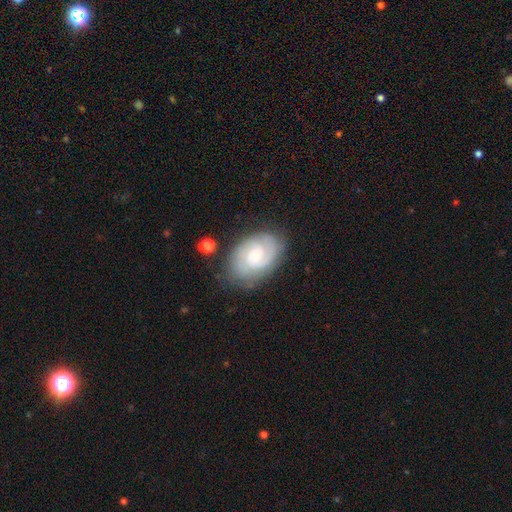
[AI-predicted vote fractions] Smooth or featured?
  - featured or disk: 78% *
  - smooth: 16%
  - star or artifact: 6%
Edge-on disk?
  - no: 97% *
  - yes: 3%
Bar?
  - no: 57% *
  - weak: 38%
  - strong: 5%
Spiral arms?
  - yes: 95% *
  - no: 5%
Spiral winding?
  - tight: 58% *
  - medium: 34%
  - loose: 8%
Spiral arm count?
  - 2: 58% *
  - can't tell: 19%
  - 3: 15%
  - 1: 4%
  - 4: 3%
  - more than 4: 3%
Bulge size?
  - small: 52% *
  - moderate: 40%
  - large: 3%
  - none: 3%
  - dominant: 1%
Merging?
  - none: 77% *
  - minor disturbance: 16%
  - major disturbance: 5%
  - merger: 2%